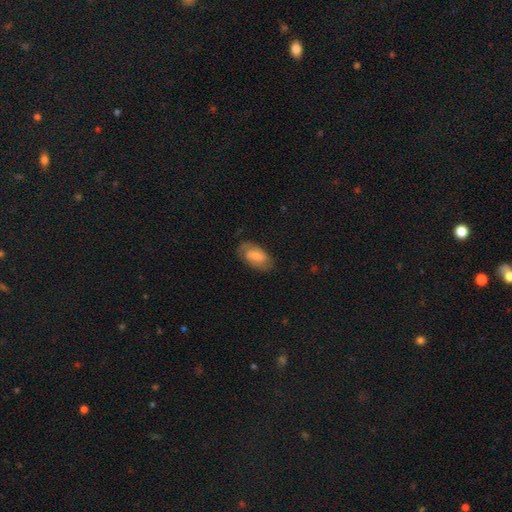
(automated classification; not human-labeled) Q: Smooth or featured?
A: smooth (49%); runner-up: featured or disk (44%)
Q: Merging?
A: none (72%); runner-up: minor disturbance (19%)